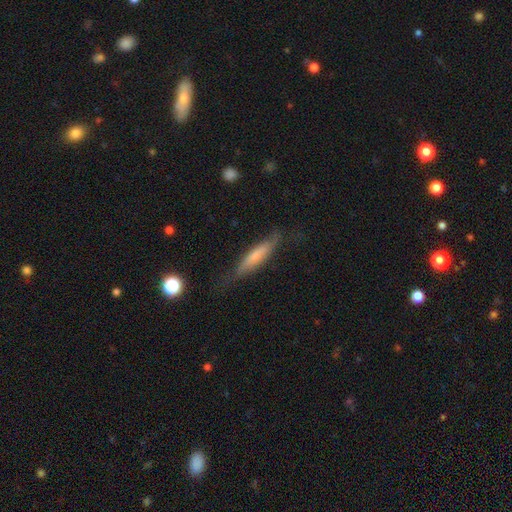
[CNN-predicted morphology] smooth-or-featured: smooth: 56% | featured or disk: 37% | star or artifact: 7%
  how-rounded: cigar-shaped: 84% | in between: 14% | round: 2%
  merging: none: 74% | minor disturbance: 19% | major disturbance: 5% | merger: 2%